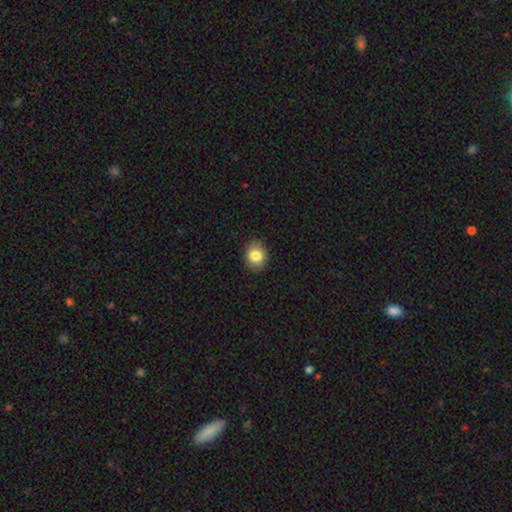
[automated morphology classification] Overall: smooth (84%). How rounded: round (53%; in between 46%). Merging: none (88%).